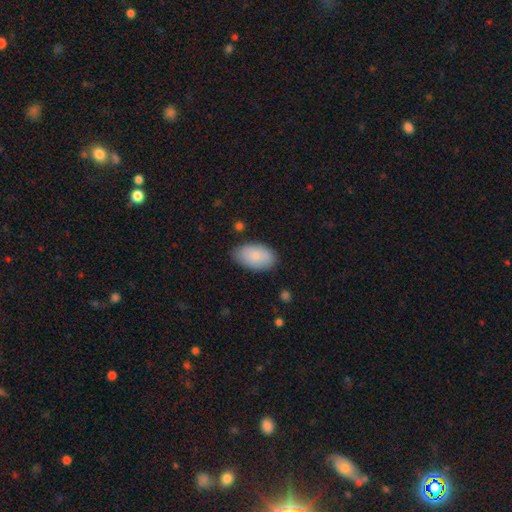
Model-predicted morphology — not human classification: A smooth galaxy with no disk features (82%) that is in between round and cigar-shaped (94%).

Vote fractions:
- Smooth or featured? smooth: 82% / featured or disk: 12% / star or artifact: 6%
- How rounded? in between: 94% / round: 4% / cigar-shaped: 1%
- Merging? none: 80% / minor disturbance: 16% / major disturbance: 3% / merger: 1%